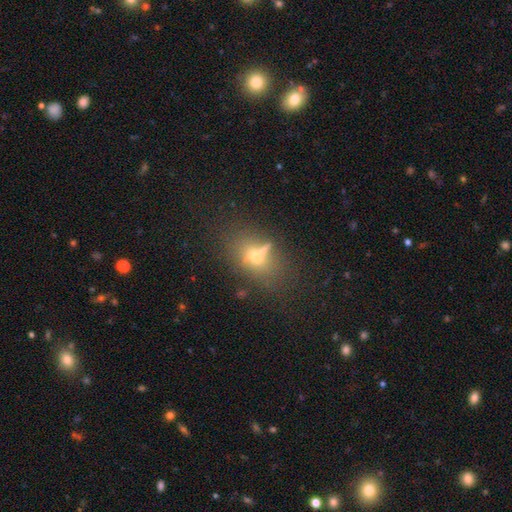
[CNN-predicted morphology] A smooth galaxy with no disk features (51%) that is in between round and cigar-shaped (57%). Merging: none (48%).